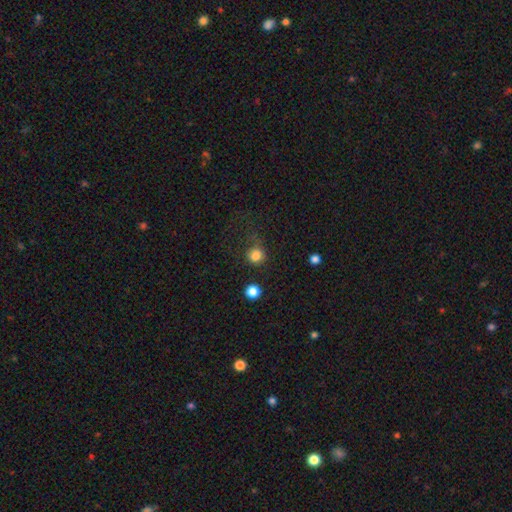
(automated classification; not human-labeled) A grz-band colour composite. It shows a smooth galaxy with no disk features (82%) that is round (91%). Merging: none (73%).